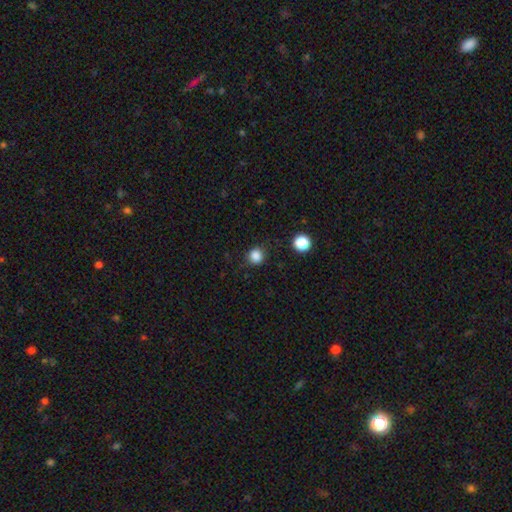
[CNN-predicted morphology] smooth_or_featured: smooth (p=0.85) [alt: star or artifact p=0.12]
how_rounded: round (p=0.90) [alt: in between p=0.09]
merging: none (p=0.85) [alt: minor disturbance p=0.10]